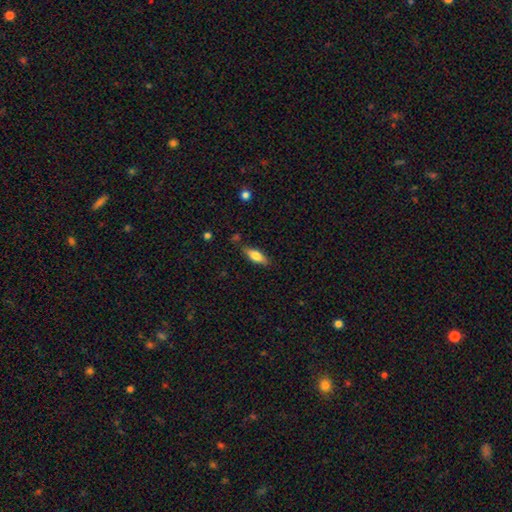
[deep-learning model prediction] smooth 67%, featured or disk 27%, star or artifact 6%. Down the decision tree: how rounded — in between (63%); merging — none (81%).